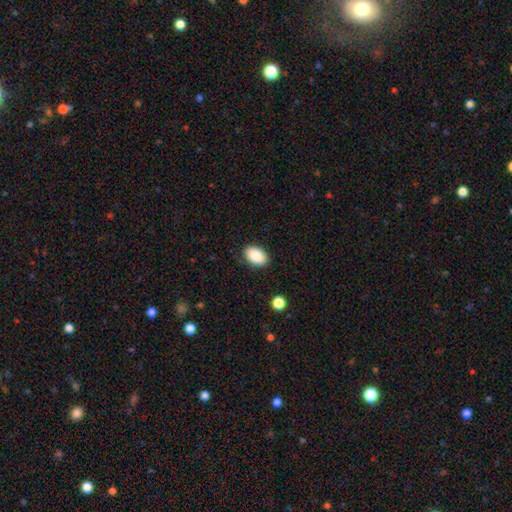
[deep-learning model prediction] A smooth galaxy with no disk features (88%) that is in between round and cigar-shaped (89%).

Vote fractions:
- Smooth or featured? smooth: 88% / star or artifact: 7% / featured or disk: 5%
- How rounded? in between: 89% / round: 9% / cigar-shaped: 1%
- Merging? none: 86% / minor disturbance: 10% / major disturbance: 2% / merger: 1%